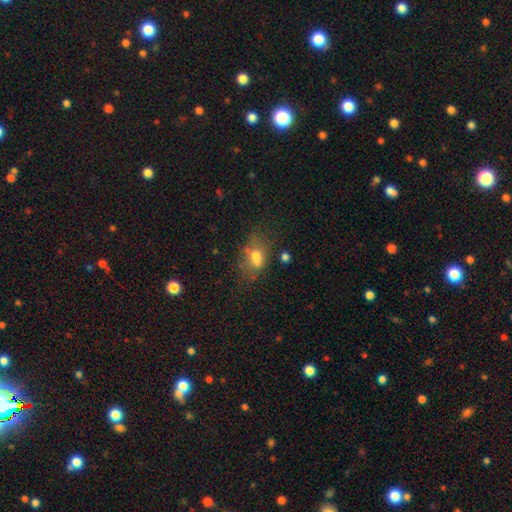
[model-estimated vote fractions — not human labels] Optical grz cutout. It shows a smooth galaxy with no disk features (60%) that is in between round and cigar-shaped (73%). Merging: none (41%).